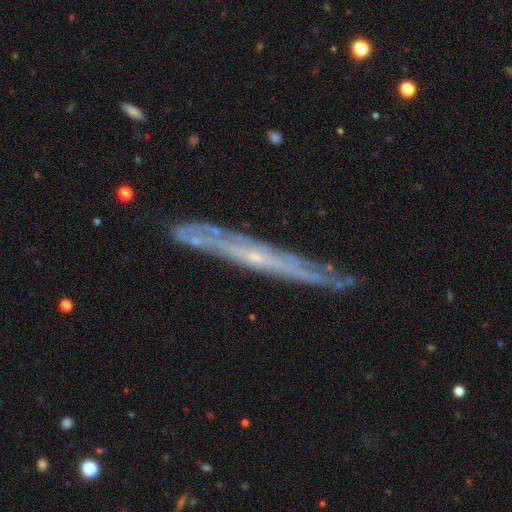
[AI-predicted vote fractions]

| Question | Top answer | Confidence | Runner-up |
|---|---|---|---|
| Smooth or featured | featured or disk | 76% | smooth (16%) |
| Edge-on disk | yes | 84% | no (16%) |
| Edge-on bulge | none | 65% | rounded (32%) |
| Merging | none | 81% | minor disturbance (15%) |